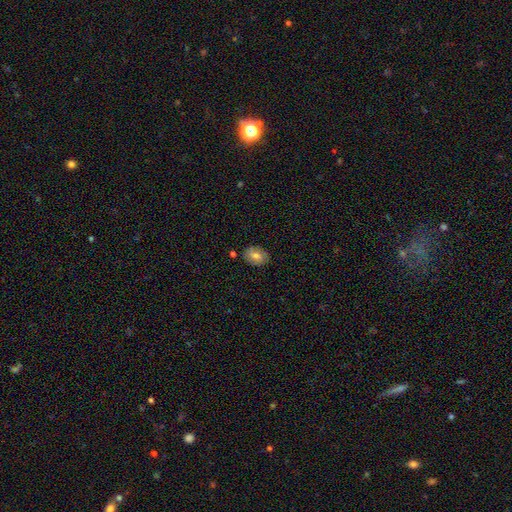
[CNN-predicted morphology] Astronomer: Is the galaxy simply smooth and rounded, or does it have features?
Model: smooth — 63%.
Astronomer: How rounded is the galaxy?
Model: in between — 76%.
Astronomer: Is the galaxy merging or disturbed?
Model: none — 80%.